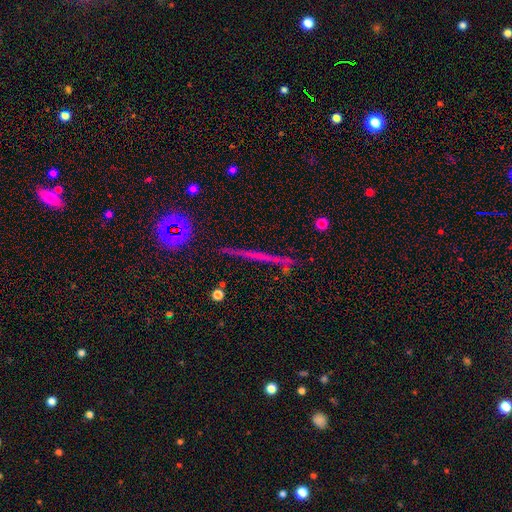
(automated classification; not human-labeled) Morphology: type=featured or disk (43%); merging=none (87%).